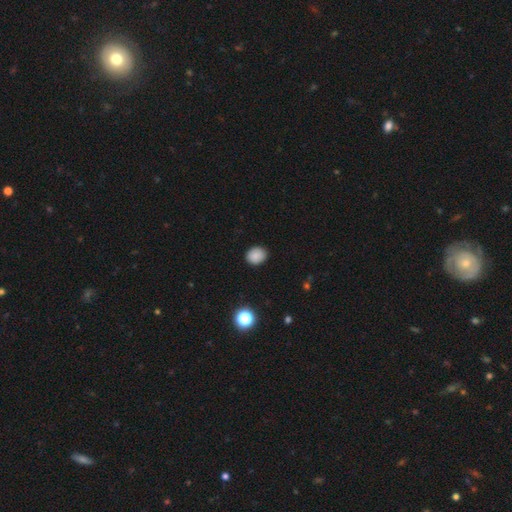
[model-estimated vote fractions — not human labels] Morphology: type=smooth (85%); roundness=round (67%); merging=none (89%).